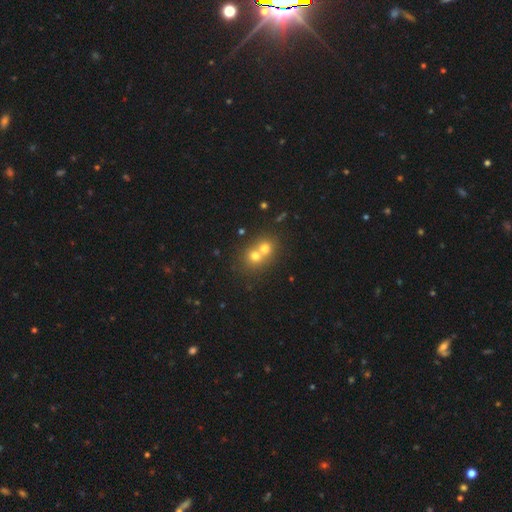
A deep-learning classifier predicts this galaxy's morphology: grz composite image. It shows a smooth galaxy with no disk features (69%) that is round (78%). Merging: merger (65%).